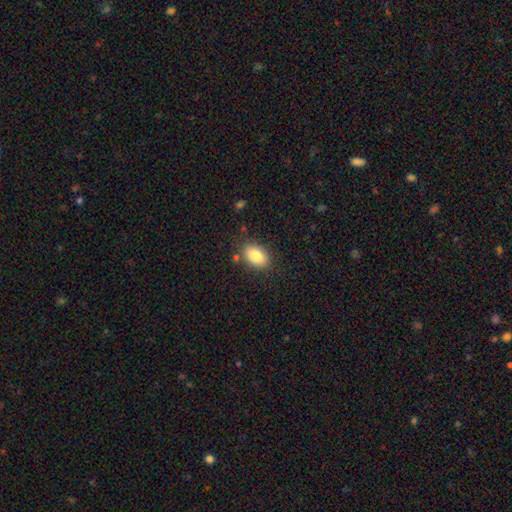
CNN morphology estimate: Smooth or featured? smooth (83%)
How rounded? in between (85%)
Merging? none (82%)